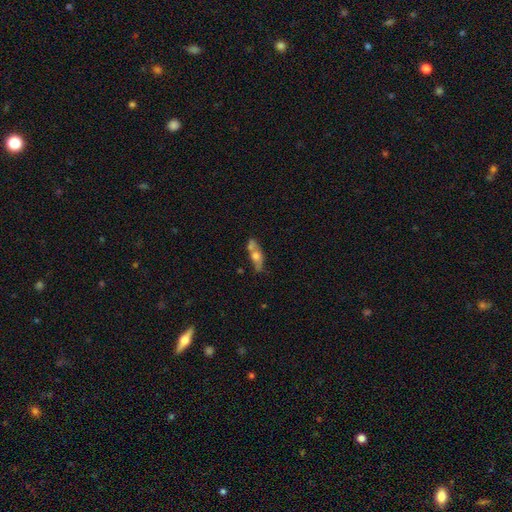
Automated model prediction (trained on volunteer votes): Smooth or featured?
  - featured or disk: 51% *
  - smooth: 40%
  - star or artifact: 8%
Edge-on disk?
  - yes: 54% *
  - no: 46%
Merging?
  - none: 54% *
  - merger: 23%
  - minor disturbance: 17%
  - major disturbance: 6%